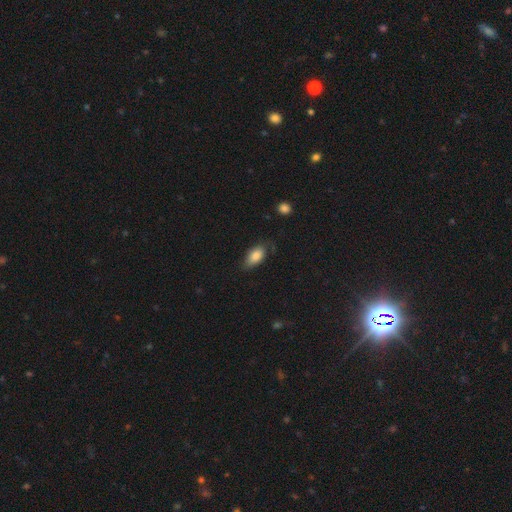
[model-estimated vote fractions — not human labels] Overall: smooth (83%). How rounded: in between (90%). Merging: none (66%; minor disturbance 27%).